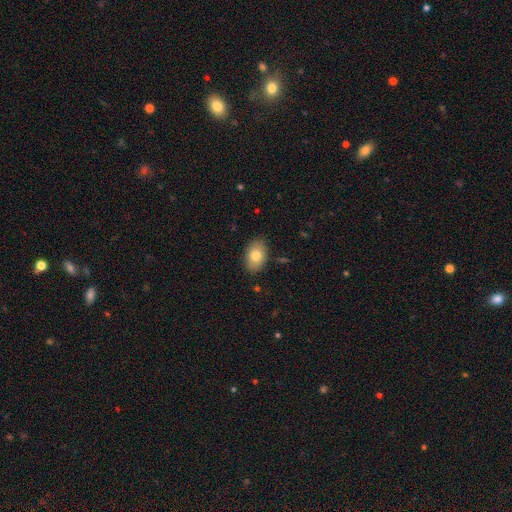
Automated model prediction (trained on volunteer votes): Smooth or featured: smooth — 79% (featured or disk — 13%)
How rounded: in between — 88% (round — 11%)
Merging: none — 86% (minor disturbance — 11%)